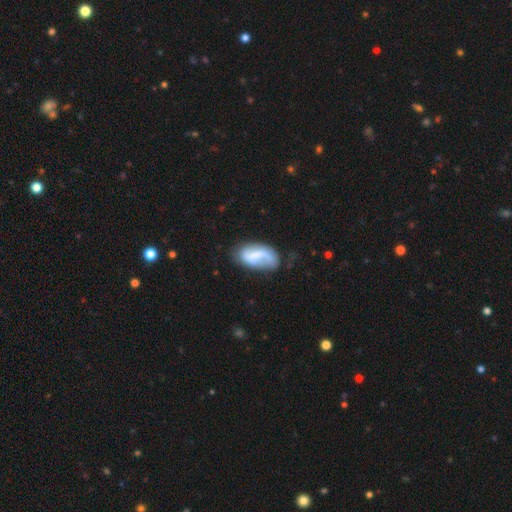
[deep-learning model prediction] smooth_or_featured: smooth (p=0.47) [alt: featured or disk p=0.46]
merging: none (p=0.49) [alt: minor disturbance p=0.28]